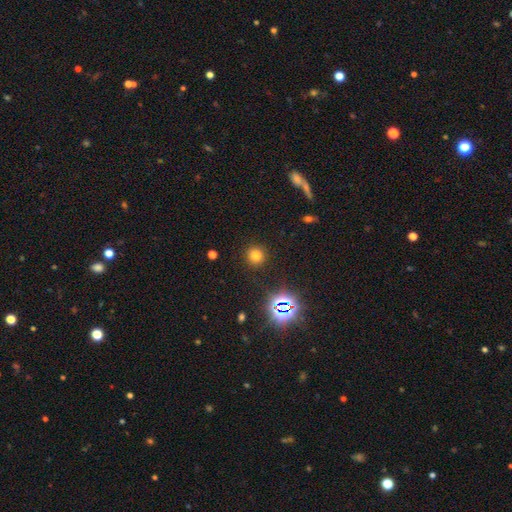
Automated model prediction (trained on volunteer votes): Overall: smooth (72%). How rounded: round (93%). Merging: none (90%).